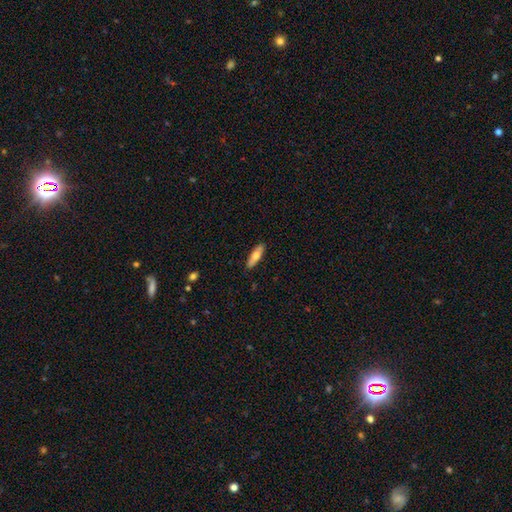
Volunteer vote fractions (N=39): Smooth or featured?
  - smooth: 62% *
  - featured or disk: 31%
  - star or artifact: 8%
How rounded?
  - cigar-shaped: 54% *
  - in between: 46%
  - round: 0%
Merging?
  - none: 89% *
  - minor disturbance: 6%
  - merger: 6%
  - major disturbance: 0%